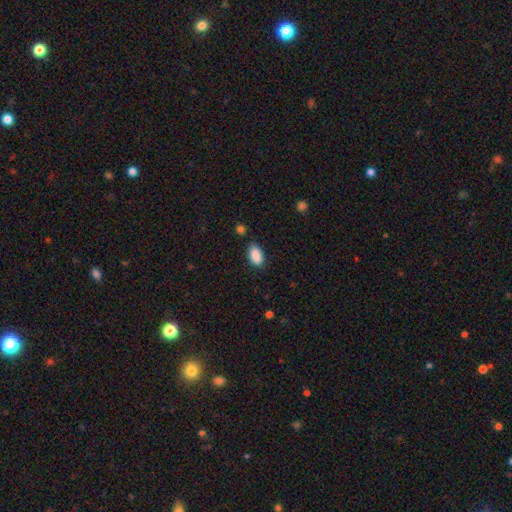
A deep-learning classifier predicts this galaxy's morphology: Smooth or featured: smooth — 89% (star or artifact — 8%)
How rounded: in between — 92% (round — 5%)
Merging: none — 81% (minor disturbance — 13%)